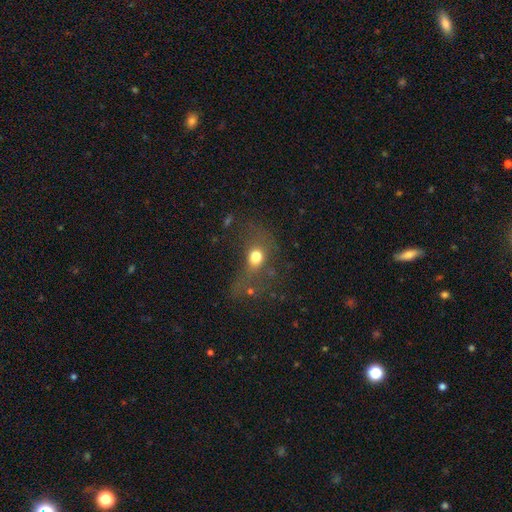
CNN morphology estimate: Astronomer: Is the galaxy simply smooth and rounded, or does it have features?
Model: smooth — 64%.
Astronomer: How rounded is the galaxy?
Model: round — 57% (runner-up: in between, 39%).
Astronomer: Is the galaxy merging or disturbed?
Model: major disturbance — 37% (runner-up: none, 36%).